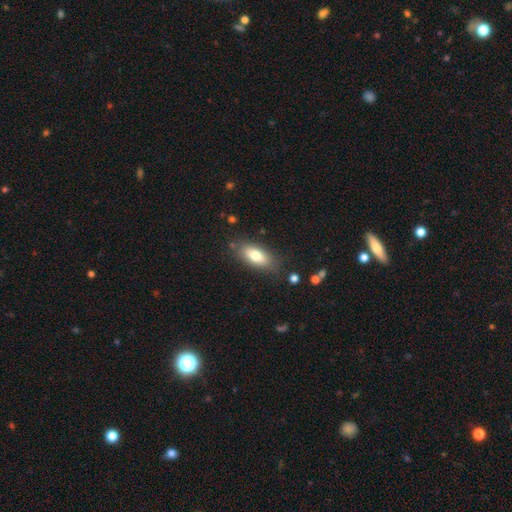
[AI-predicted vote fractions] Overall: smooth (76%). How rounded: in between (85%). Merging: none (81%).